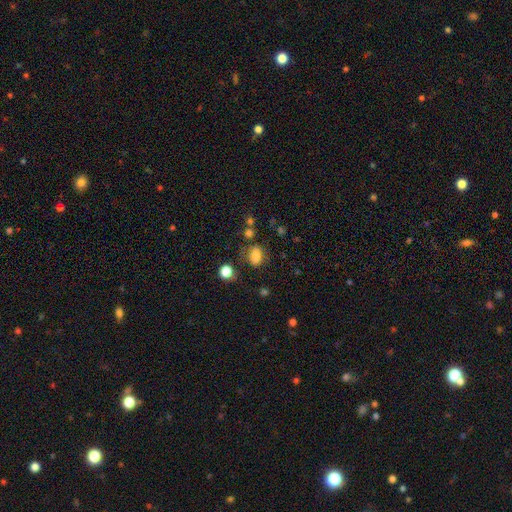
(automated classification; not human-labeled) The model was most divided on "how rounded": in between: 72%, round: 26%, cigar-shaped: 2%. More confident: smooth or featured — smooth (77%); merging — none (67%).